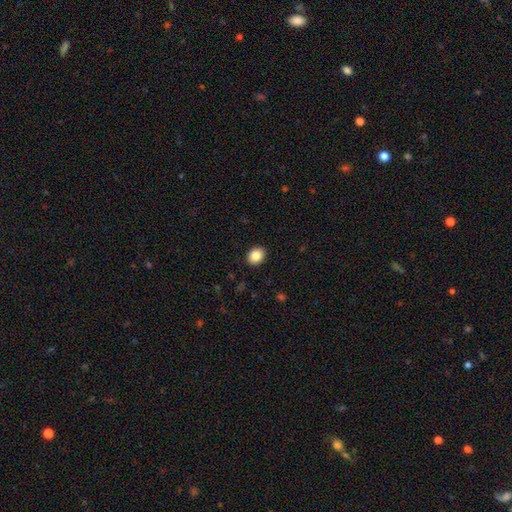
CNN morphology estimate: Overall: smooth (86%). How rounded: in between (52%; round 48%). Merging: none (91%).